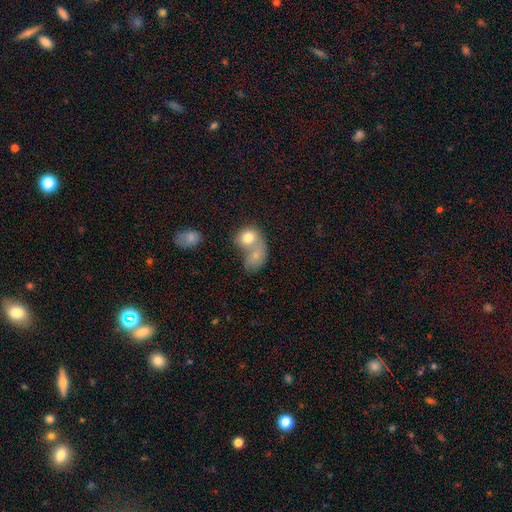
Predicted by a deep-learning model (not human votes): Smooth or featured?
  - smooth: 73% *
  - featured or disk: 18%
  - star or artifact: 9%
How rounded?
  - in between: 55% *
  - round: 43%
  - cigar-shaped: 2%
Merging?
  - merger: 71% *
  - none: 17%
  - minor disturbance: 7%
  - major disturbance: 6%